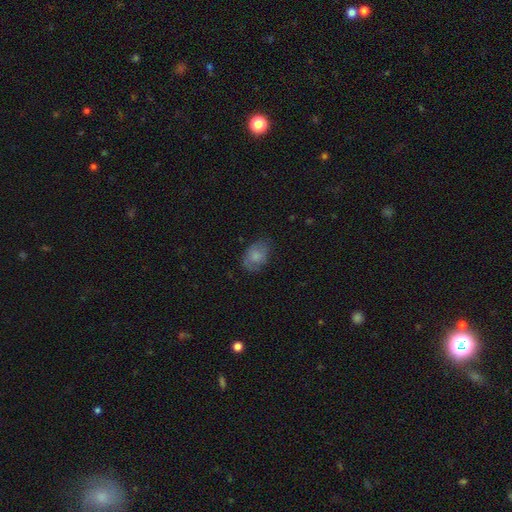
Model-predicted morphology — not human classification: type=smooth (75%); roundness=in between (81%); merging=none (64%).